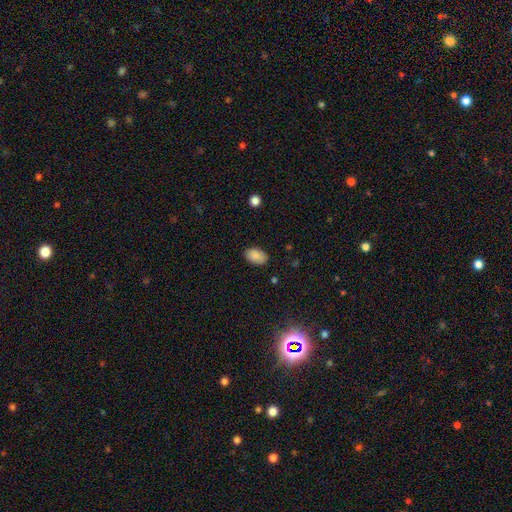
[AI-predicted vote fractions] Smooth or featured: smooth — 88% (star or artifact — 8%)
How rounded: in between — 90% (round — 9%)
Merging: none — 82% (minor disturbance — 14%)